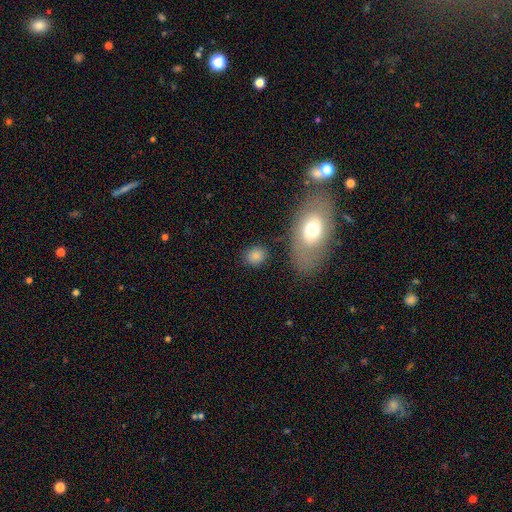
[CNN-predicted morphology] A smooth galaxy with no disk features (82%) that is round (55%).

Vote fractions:
- Smooth or featured? smooth: 82% / star or artifact: 10% / featured or disk: 8%
- How rounded? round: 55% / in between: 43% / cigar-shaped: 2%
- Merging? none: 80% / minor disturbance: 11% / merger: 5% / major disturbance: 4%